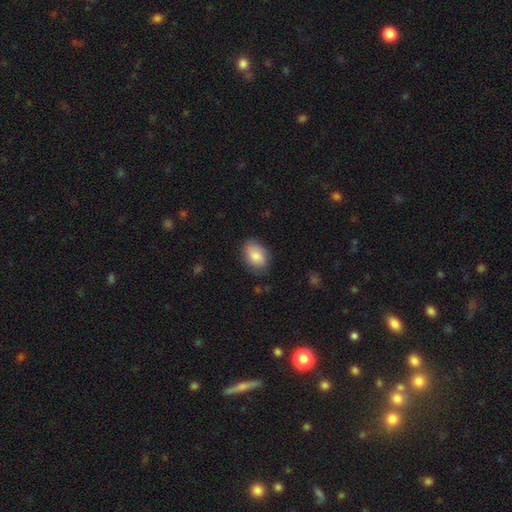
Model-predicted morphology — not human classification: Overall: smooth (84%). How rounded: in between (82%). Merging: none (74%).